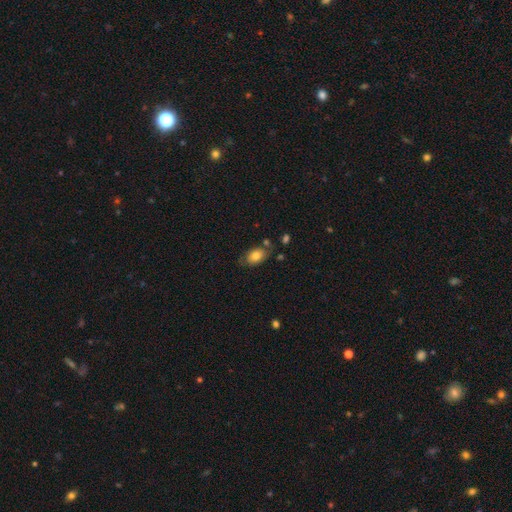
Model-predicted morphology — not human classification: Smooth or featured: smooth — 76% (featured or disk — 16%)
How rounded: in between — 87% (round — 11%)
Merging: none — 67% (minor disturbance — 20%)